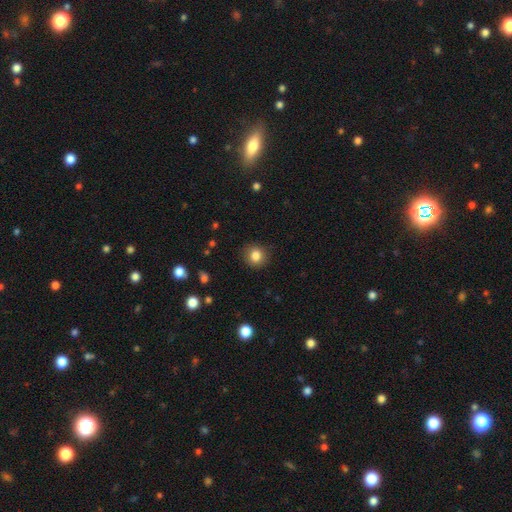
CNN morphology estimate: Overall: smooth (83%). How rounded: round (86%). Merging: none (87%).